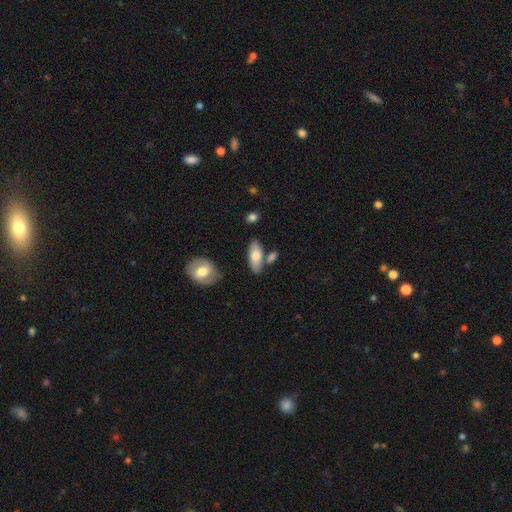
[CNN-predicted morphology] Smooth or featured? Predicted: smooth (p=0.74). How rounded? Predicted: in between (p=0.84). Merging? Predicted: none (p=0.71).